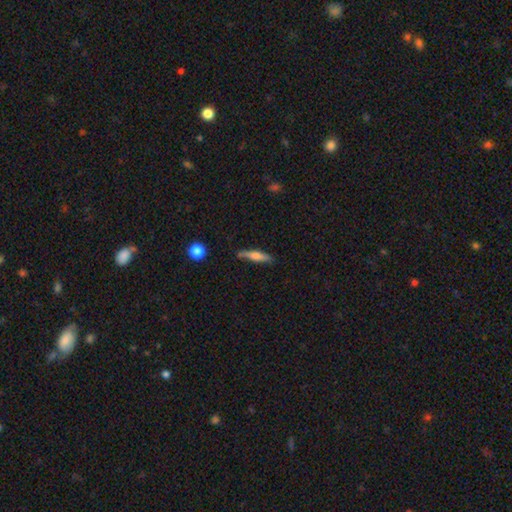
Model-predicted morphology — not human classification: smooth-or-featured: smooth: 58% | featured or disk: 36% | star or artifact: 7%
  how-rounded: cigar-shaped: 84% | in between: 14% | round: 2%
  merging: none: 76% | minor disturbance: 17% | major disturbance: 4% | merger: 3%